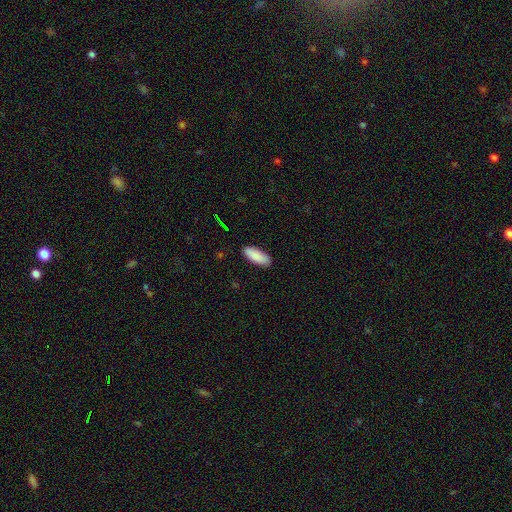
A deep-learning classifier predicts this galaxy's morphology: The model was most divided on "how rounded": in between: 76%, cigar-shaped: 22%, round: 2%. More confident: smooth or featured — smooth (88%); merging — none (87%).